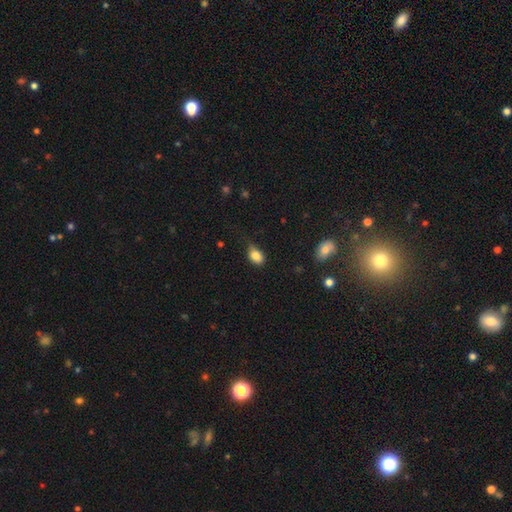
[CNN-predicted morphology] Smooth or featured: smooth — 82% (star or artifact — 9%)
How rounded: in between — 76% (round — 22%)
Merging: none — 50% (minor disturbance — 37%)